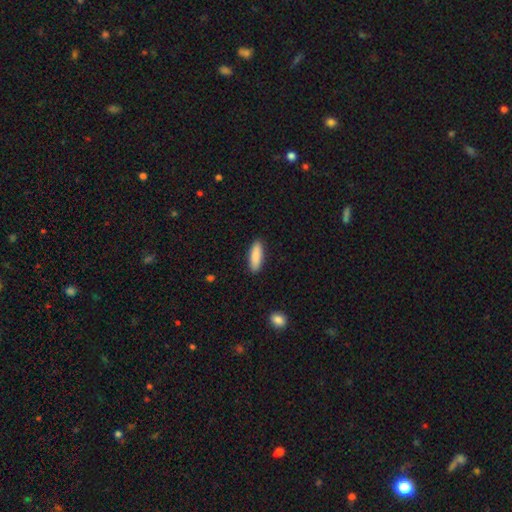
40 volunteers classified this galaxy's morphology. type=smooth (85%); roundness=cigar-shaped (50%); merging=none (89%).